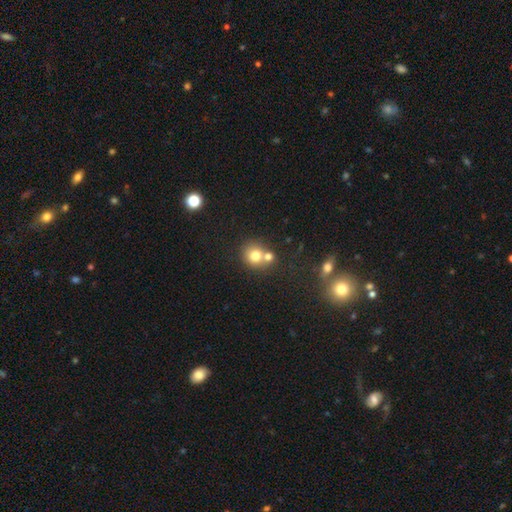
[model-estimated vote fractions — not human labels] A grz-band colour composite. It shows a smooth galaxy with no disk features (75%) that is round (83%). Merging: none (45%, tied with merger).